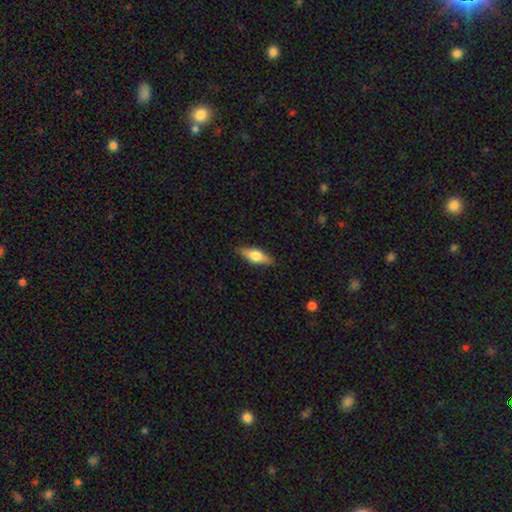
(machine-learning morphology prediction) smooth_or_featured: featured or disk (p=0.49) [alt: smooth p=0.45]
merging: none (p=0.87) [alt: minor disturbance p=0.09]